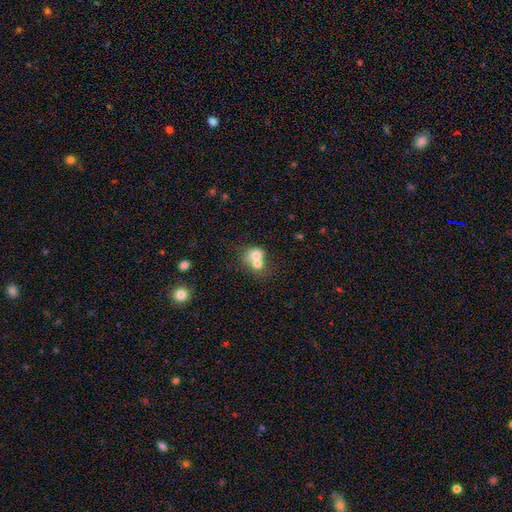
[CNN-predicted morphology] smooth_or_featured: smooth (p=0.69) [alt: featured or disk p=0.21]
how_rounded: round (p=0.65) [alt: in between p=0.34]
merging: merger (p=0.69) [alt: none p=0.21]